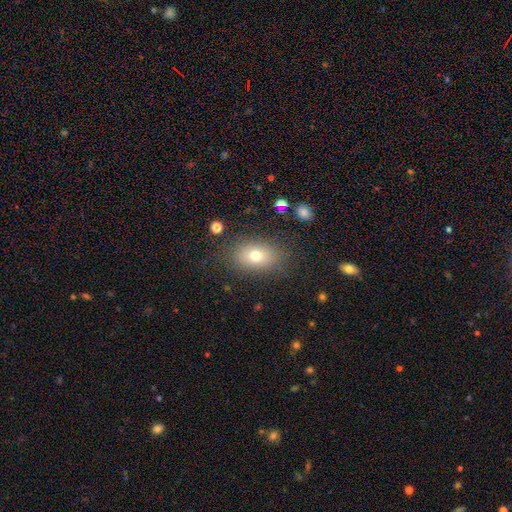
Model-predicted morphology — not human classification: Q: Smooth or featured?
A: smooth (74%); runner-up: featured or disk (14%)
Q: How rounded?
A: in between (79%); runner-up: round (19%)
Q: Merging?
A: none (81%); runner-up: minor disturbance (12%)